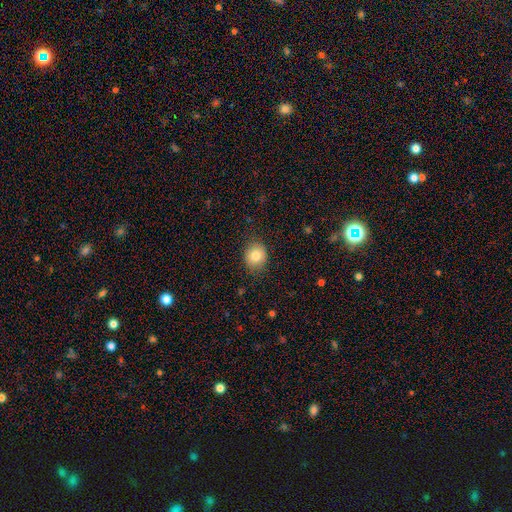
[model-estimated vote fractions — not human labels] Smooth or featured? Predicted: smooth (p=0.82). How rounded? Predicted: round (p=0.70). Merging? Predicted: none (p=0.83).